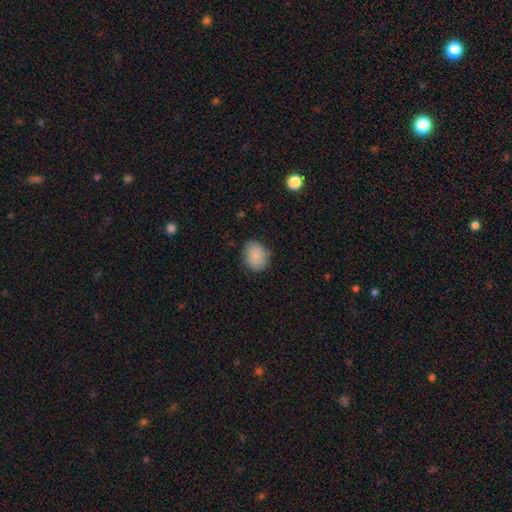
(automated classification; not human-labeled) The model was most divided on "how rounded": round: 52%, in between: 47%, cigar-shaped: 1%. More confident: smooth or featured — smooth (87%); merging — none (78%).